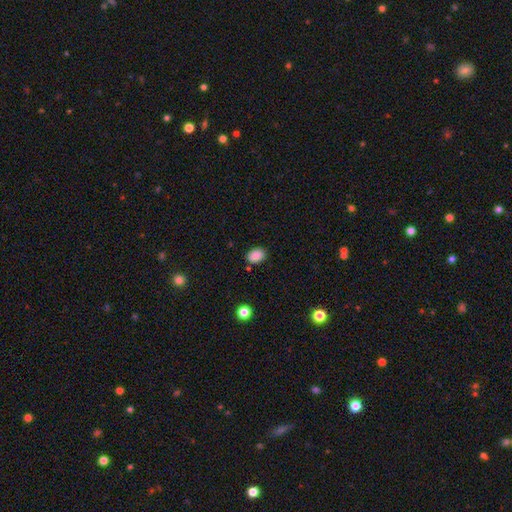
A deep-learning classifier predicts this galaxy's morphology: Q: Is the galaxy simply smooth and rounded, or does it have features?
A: smooth — 87%.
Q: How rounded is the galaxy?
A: in between — 71%.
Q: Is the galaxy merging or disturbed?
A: none — 82%.